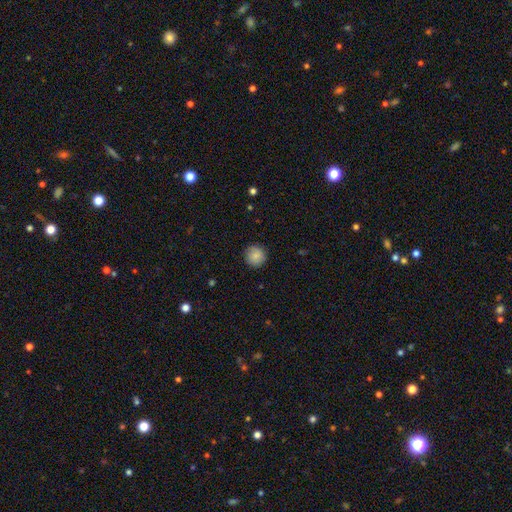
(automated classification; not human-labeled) Smooth or featured?
  - smooth: 86% *
  - star or artifact: 8%
  - featured or disk: 6%
How rounded?
  - round: 95% *
  - in between: 4%
  - cigar-shaped: 1%
Merging?
  - none: 90% *
  - minor disturbance: 7%
  - major disturbance: 2%
  - merger: 1%